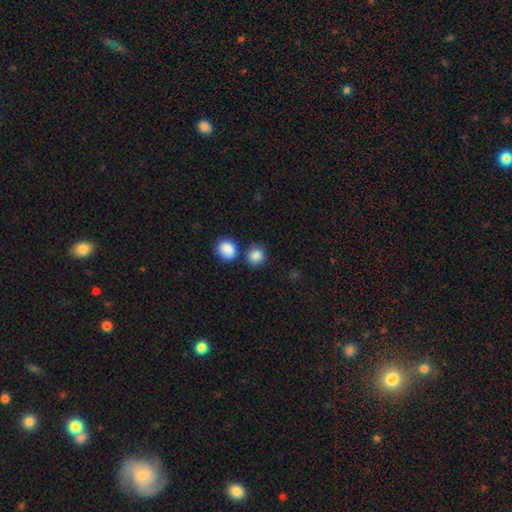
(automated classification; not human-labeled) Smooth or featured: smooth — 87% (star or artifact — 9%)
How rounded: round — 82% (in between — 17%)
Merging: none — 70% (merger — 16%)